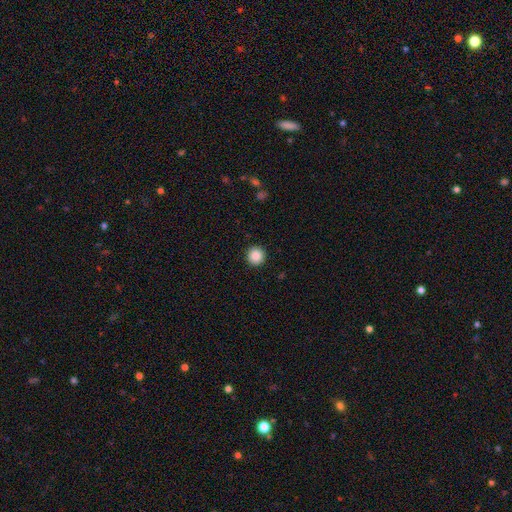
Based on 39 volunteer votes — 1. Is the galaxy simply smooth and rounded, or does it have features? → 95% smooth, 5% star or artifact, 0% featured or disk.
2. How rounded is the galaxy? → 100% round, 0% in between, 0% cigar-shaped.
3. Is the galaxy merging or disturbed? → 97% none, 3% minor disturbance, 0% major disturbance, 0% merger.